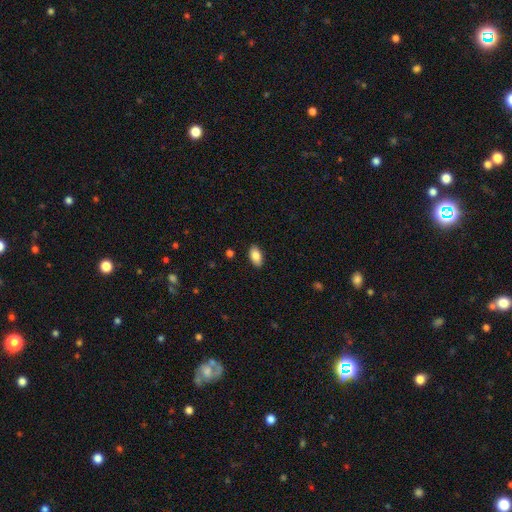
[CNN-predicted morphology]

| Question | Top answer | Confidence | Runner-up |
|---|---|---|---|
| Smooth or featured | smooth | 85% | featured or disk (8%) |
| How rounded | in between | 94% | round (3%) |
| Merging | none | 89% | minor disturbance (8%) |